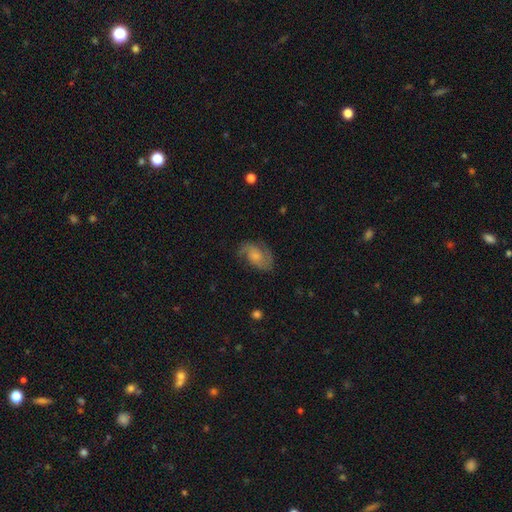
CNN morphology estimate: The model was most divided on "bulge size": small: 44%, moderate: 33%, none: 15%, large: 6%, dominant: 2%. Remaining: edge-on disk — no (97%); spiral arms — yes (94%); spiral arm count — 2 (84%); smooth or featured — featured or disk (73%); merging — none (70%); bar — no (64%); spiral winding — medium (48%).